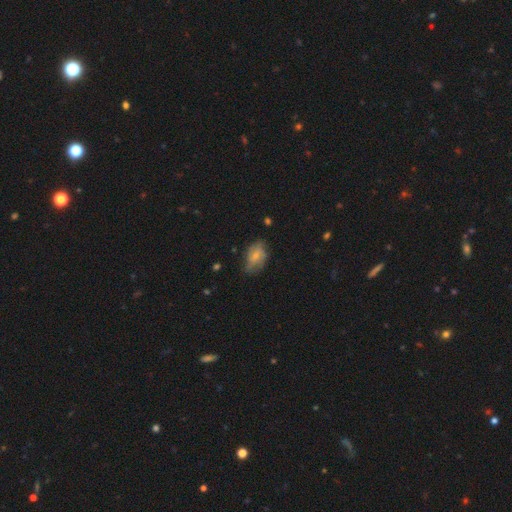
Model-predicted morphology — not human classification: A smooth galaxy with no disk features (47%). Merging: none (59%).